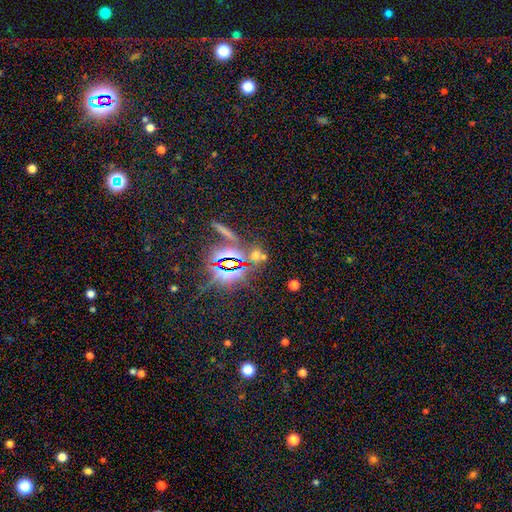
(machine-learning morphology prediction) Overall: star or artifact (57%; smooth 32%).